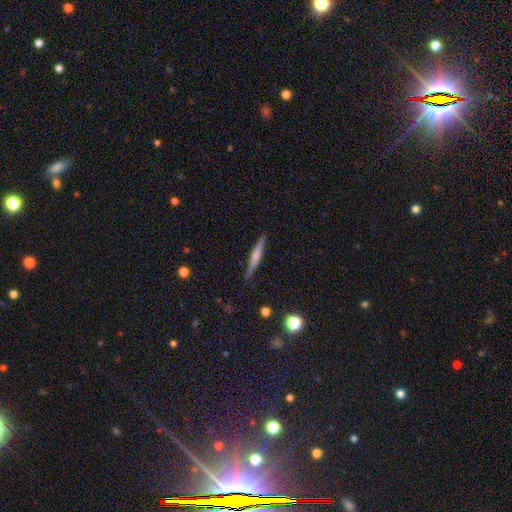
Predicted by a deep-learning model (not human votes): This appears to be a smooth galaxy with no disk features (50%) that is cigar-shaped (93%). Merging: none (88%).